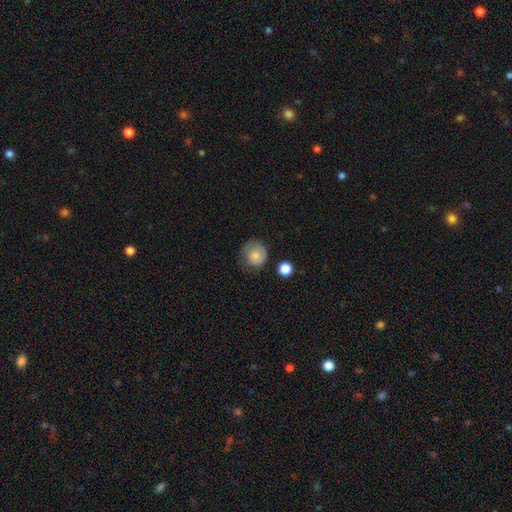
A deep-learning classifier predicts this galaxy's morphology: This appears to be a smooth galaxy with no disk features (79%) that is round (86%). Merging: none (61%).